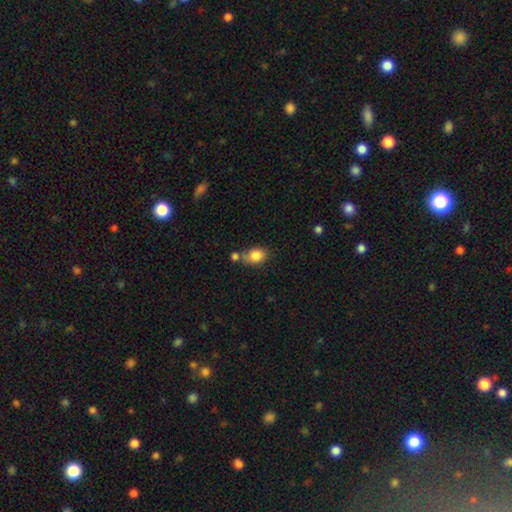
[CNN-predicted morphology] The model was most divided on "merging": none: 49%, merger: 29%, minor disturbance: 17%, major disturbance: 6%. More confident: smooth or featured — smooth (85%); how rounded — in between (59%).